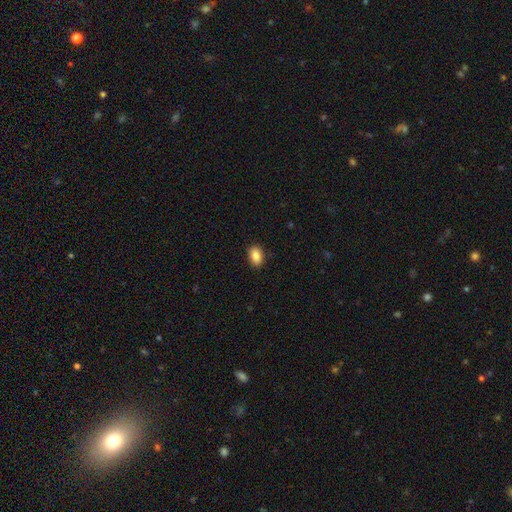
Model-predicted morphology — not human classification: type=smooth (88%); roundness=in between (88%); merging=none (88%).